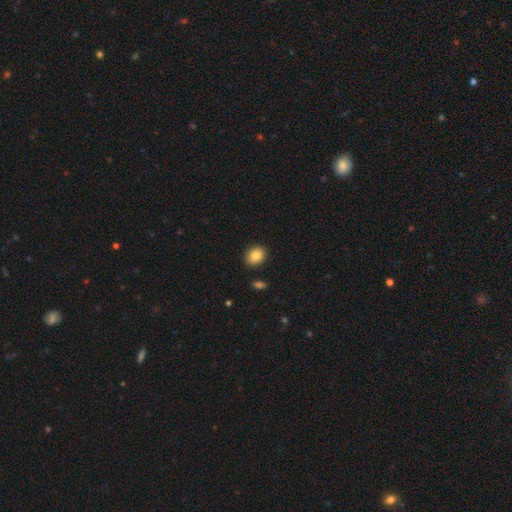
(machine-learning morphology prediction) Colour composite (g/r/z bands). It shows a smooth galaxy with no disk features (86%) that is in between round and cigar-shaped (54%). Merging: none (88%).